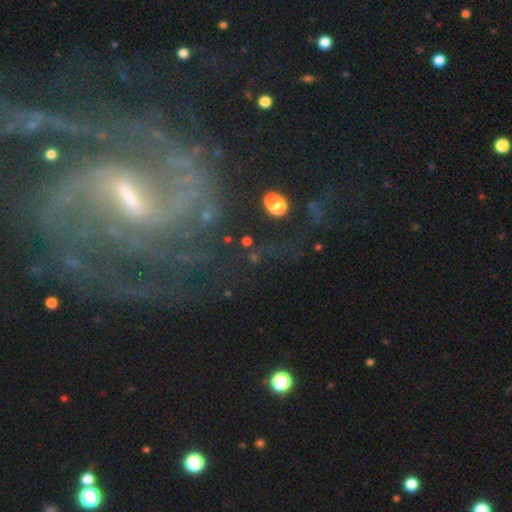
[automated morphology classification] Smooth or featured?
  - featured or disk: 84% *
  - star or artifact: 10%
  - smooth: 6%
Edge-on disk?
  - no: 96% *
  - yes: 4%
Bar?
  - weak: 44% *
  - strong: 42%
  - no: 14%
Spiral arms?
  - yes: 93% *
  - no: 7%
Spiral winding?
  - medium: 45% *
  - tight: 36%
  - loose: 19%
Spiral arm count?
  - 2: 40% *
  - can't tell: 24%
  - 3: 12%
  - 4: 9%
  - more than 4: 8%
  - 1: 8%
Bulge size?
  - small: 53% *
  - moderate: 33%
  - none: 8%
  - large: 4%
  - dominant: 1%
Merging?
  - none: 64% *
  - major disturbance: 18%
  - minor disturbance: 15%
  - merger: 3%